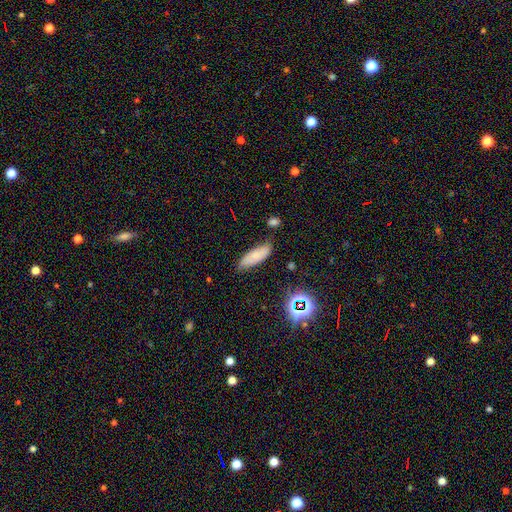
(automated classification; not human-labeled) Smooth or featured: smooth — 68% (featured or disk — 22%)
How rounded: in between — 63% (cigar-shaped — 35%)
Merging: none — 72% (minor disturbance — 22%)